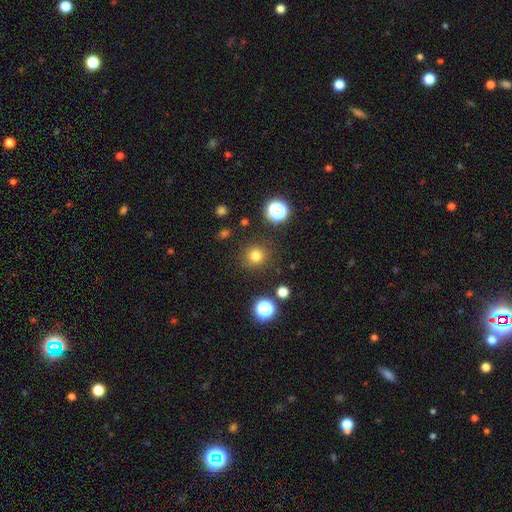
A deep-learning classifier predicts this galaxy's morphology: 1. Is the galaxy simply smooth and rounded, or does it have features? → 78% smooth, 17% star or artifact, 6% featured or disk.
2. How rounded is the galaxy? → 93% round, 6% in between, 1% cigar-shaped.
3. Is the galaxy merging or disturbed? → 88% none, 7% minor disturbance, 3% major disturbance, 2% merger.